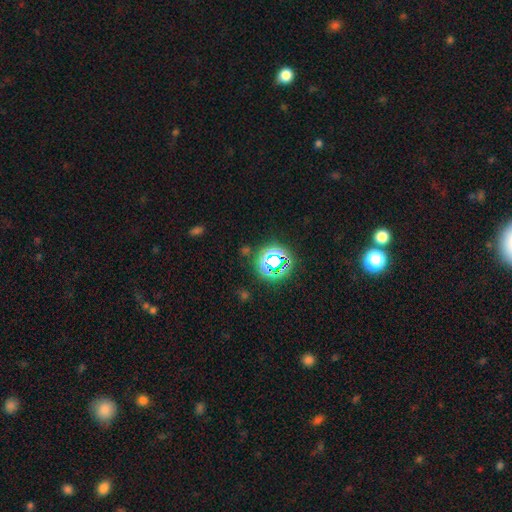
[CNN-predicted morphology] The model was most divided on "smooth or featured": star or artifact: 66%, smooth: 27%, featured or disk: 7%.